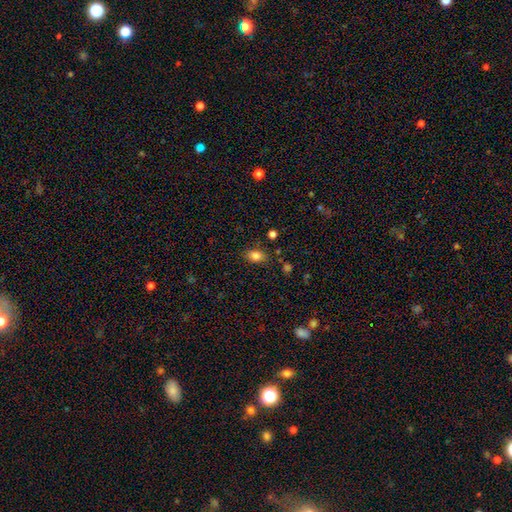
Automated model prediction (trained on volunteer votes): A smooth galaxy with no disk features (84%) that is in between round and cigar-shaped (81%).

Vote fractions:
- Smooth or featured? smooth: 84% / star or artifact: 11% / featured or disk: 6%
- How rounded? in between: 81% / round: 18% / cigar-shaped: 2%
- Merging? none: 80% / minor disturbance: 14% / major disturbance: 4% / merger: 3%